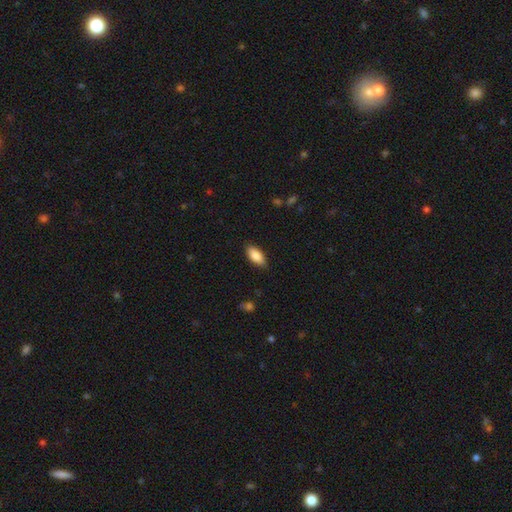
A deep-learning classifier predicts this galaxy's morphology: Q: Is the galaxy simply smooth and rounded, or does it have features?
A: smooth — 86%.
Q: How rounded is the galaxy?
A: in between — 87%.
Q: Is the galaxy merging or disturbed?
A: none — 86%.